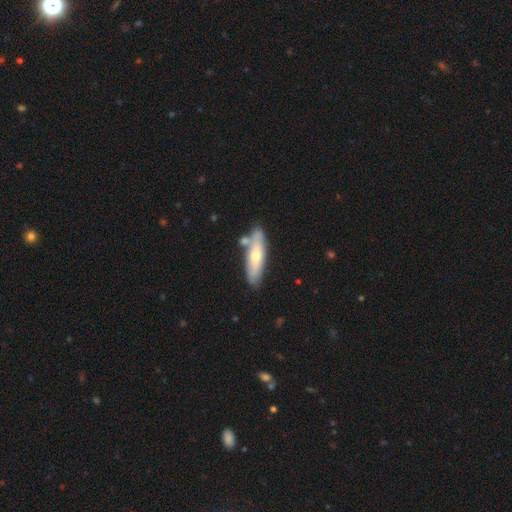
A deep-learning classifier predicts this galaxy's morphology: Smooth or featured: smooth — 52% (featured or disk — 42%)
How rounded: cigar-shaped — 61% (in between — 37%)
Merging: none — 74% (minor disturbance — 13%)